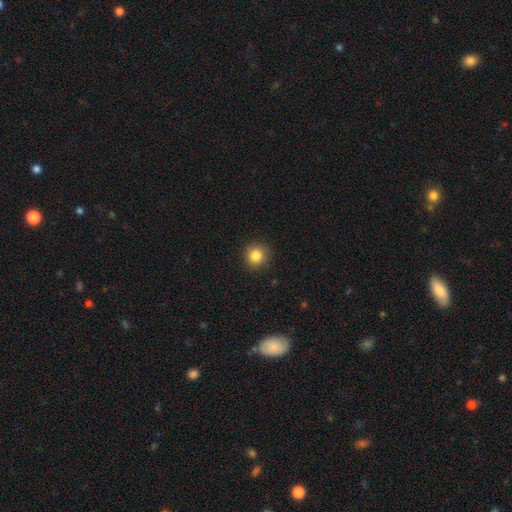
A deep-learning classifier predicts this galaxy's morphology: Smooth or featured?
  - smooth: 84% *
  - star or artifact: 11%
  - featured or disk: 5%
How rounded?
  - round: 92% *
  - in between: 7%
  - cigar-shaped: 1%
Merging?
  - none: 90% *
  - minor disturbance: 7%
  - major disturbance: 2%
  - merger: 1%